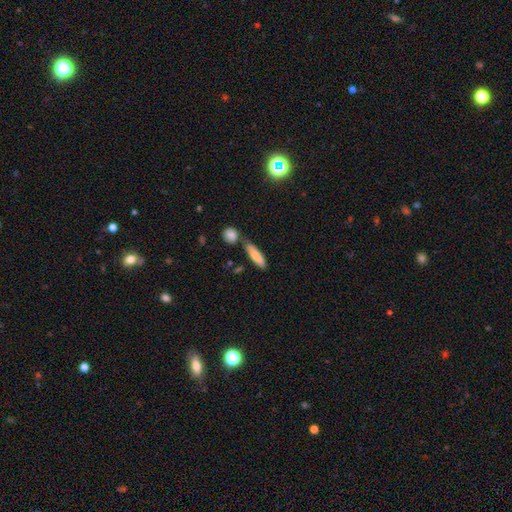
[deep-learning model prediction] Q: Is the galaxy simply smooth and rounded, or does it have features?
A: smooth — 78%.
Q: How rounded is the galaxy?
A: cigar-shaped — 60%.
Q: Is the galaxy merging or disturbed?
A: none — 66%.